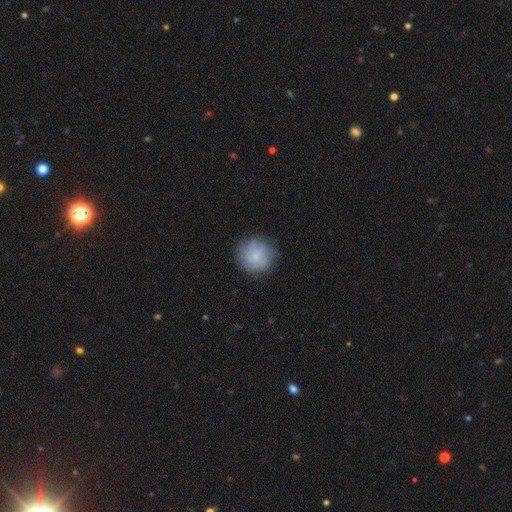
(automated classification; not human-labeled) Overall: smooth (61%; featured or disk 30%). How rounded: round (92%). Merging: none (81%).